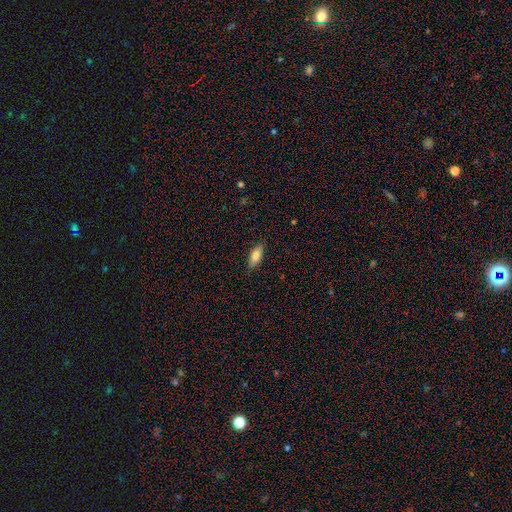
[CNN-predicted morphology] A smooth galaxy with no disk features (81%) that is in between round and cigar-shaped (79%). Merging: none (85%).